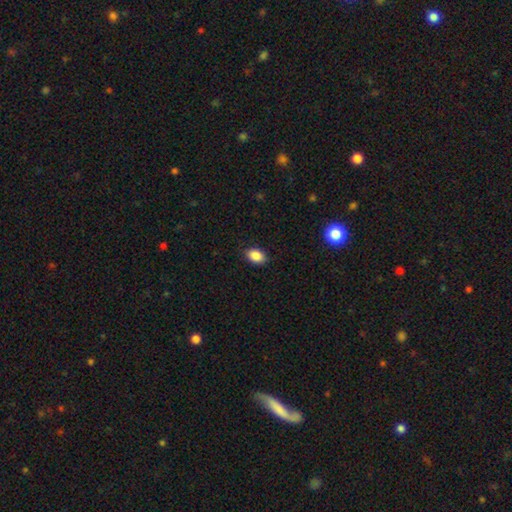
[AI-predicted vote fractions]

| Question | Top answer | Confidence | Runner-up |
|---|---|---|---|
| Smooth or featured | smooth | 87% | star or artifact (9%) |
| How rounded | in between | 84% | round (14%) |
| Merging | none | 88% | minor disturbance (9%) |